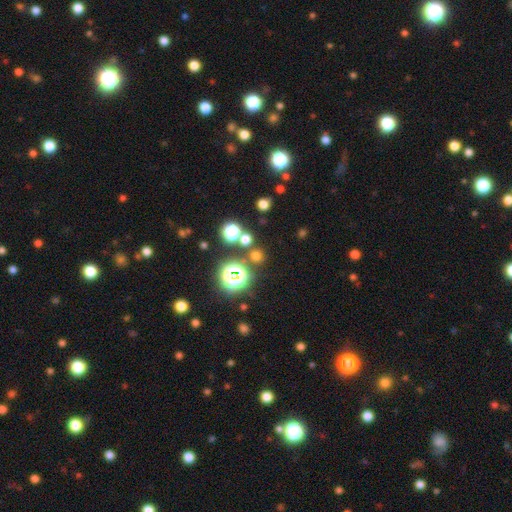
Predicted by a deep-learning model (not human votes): Q: Smooth or featured?
A: smooth (61%); runner-up: star or artifact (32%)
Q: How rounded?
A: round (91%); runner-up: in between (8%)
Q: Merging?
A: none (79%); runner-up: merger (10%)